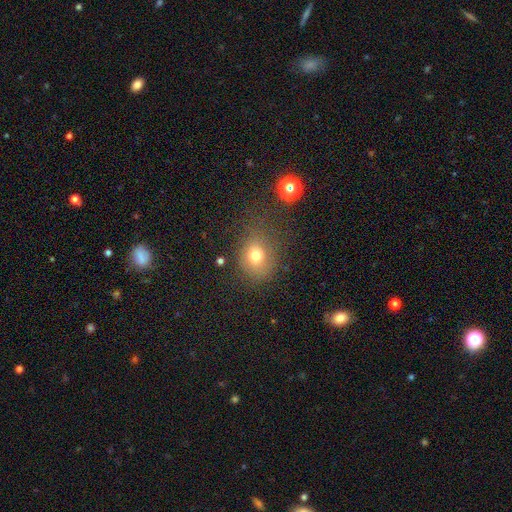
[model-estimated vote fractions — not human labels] This appears to be a smooth galaxy with no disk features (74%) that is round (60%). Merging: none (65%).